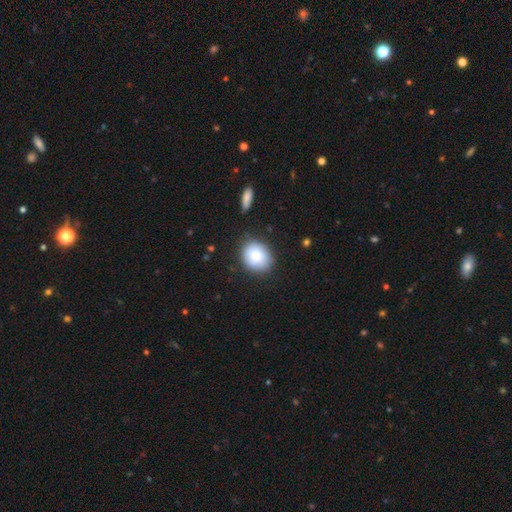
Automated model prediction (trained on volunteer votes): Smooth or featured: smooth — 73% (featured or disk — 19%)
How rounded: round — 64% (in between — 35%)
Merging: none — 77% (minor disturbance — 17%)